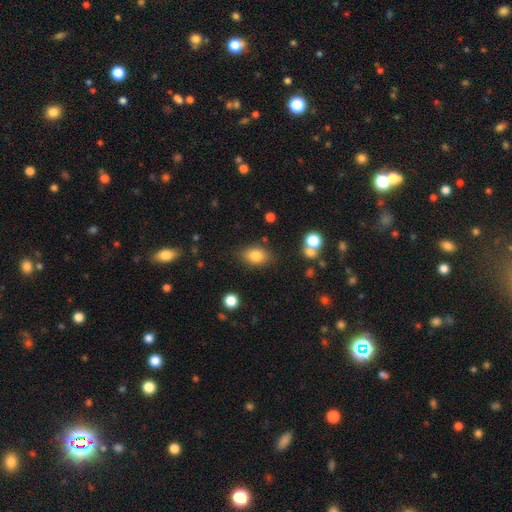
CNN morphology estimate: Q: Smooth or featured?
A: smooth (81%); runner-up: featured or disk (10%)
Q: How rounded?
A: in between (78%); runner-up: round (21%)
Q: Merging?
A: none (80%); runner-up: minor disturbance (13%)